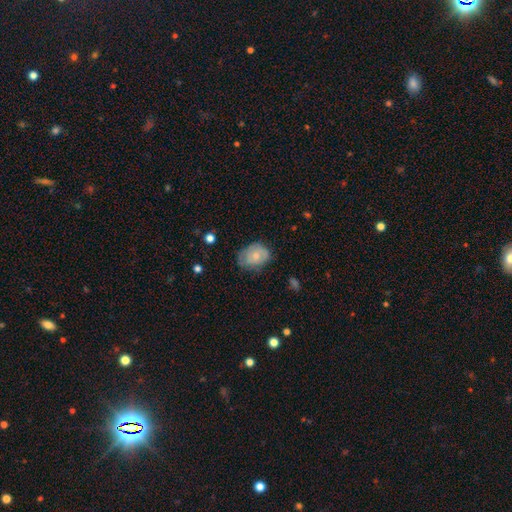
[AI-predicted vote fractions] Smooth or featured? Predicted: smooth (p=0.68). How rounded? Predicted: in between (p=0.65). Merging? Predicted: none (p=0.60).